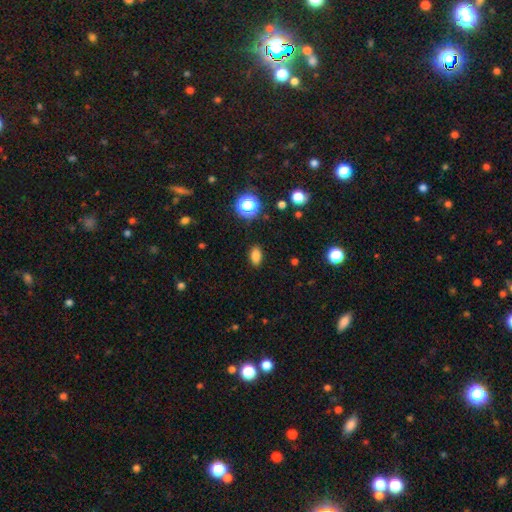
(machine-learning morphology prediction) Smooth or featured? Predicted: smooth (p=0.81). How rounded? Predicted: in between (p=0.85). Merging? Predicted: none (p=0.88).